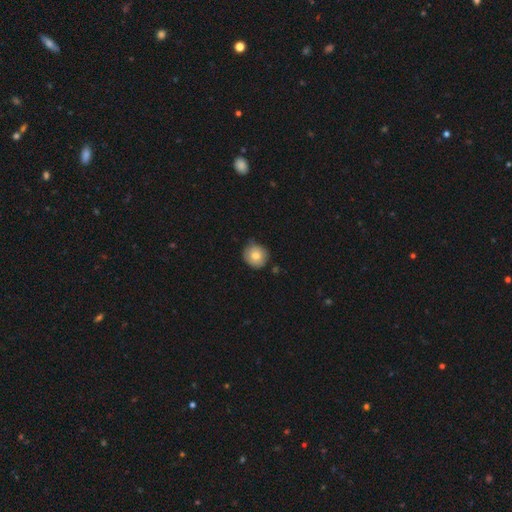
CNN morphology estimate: A smooth galaxy with no disk features (78%) that is round (91%).

Vote fractions:
- Smooth or featured? smooth: 78% / featured or disk: 13% / star or artifact: 9%
- How rounded? round: 91% / in between: 9% / cigar-shaped: 1%
- Merging? none: 75% / minor disturbance: 20% / major disturbance: 3% / merger: 2%